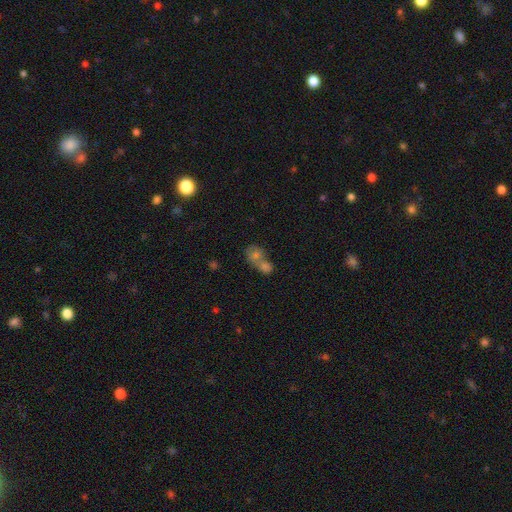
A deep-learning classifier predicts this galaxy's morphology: A smooth galaxy with no disk features (69%) that is round (54%).

Vote fractions:
- Smooth or featured? smooth: 69% / featured or disk: 17% / star or artifact: 14%
- How rounded? round: 54% / in between: 44% / cigar-shaped: 2%
- Merging? merger: 67% / none: 23% / minor disturbance: 6% / major disturbance: 4%